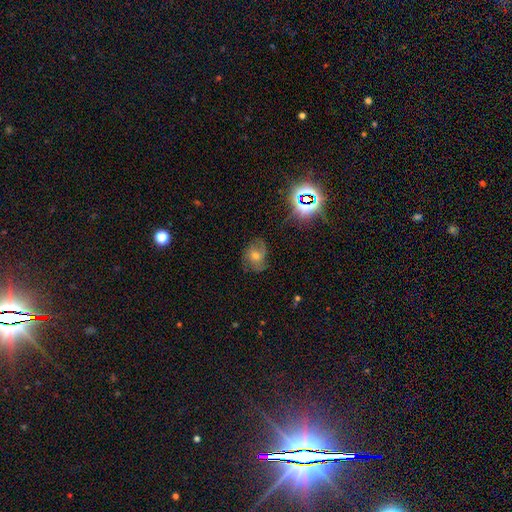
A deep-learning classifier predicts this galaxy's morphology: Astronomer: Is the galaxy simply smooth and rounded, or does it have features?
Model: featured or disk — 57%.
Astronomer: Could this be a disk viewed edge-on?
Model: no — 96%.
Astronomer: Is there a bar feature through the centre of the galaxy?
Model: no — 69%.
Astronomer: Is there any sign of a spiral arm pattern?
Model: yes — 87%.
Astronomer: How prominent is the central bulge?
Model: moderate — 61%.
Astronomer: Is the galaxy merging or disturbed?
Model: none — 66%.